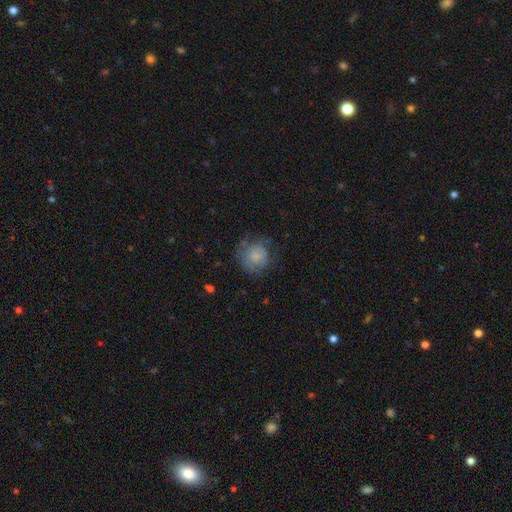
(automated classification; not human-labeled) smooth 78%, featured or disk 14%, star or artifact 8%. Down the decision tree: how rounded — round (89%); merging — none (63%).